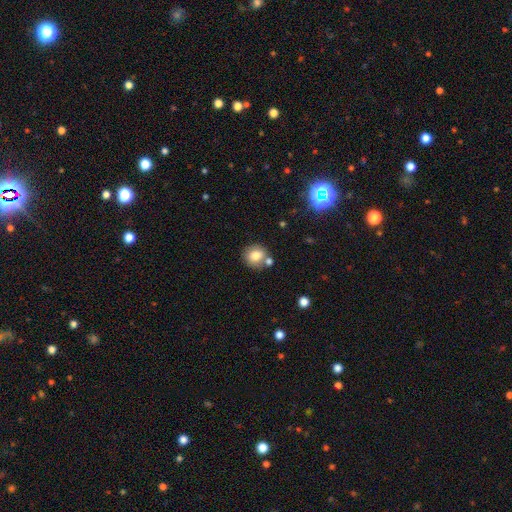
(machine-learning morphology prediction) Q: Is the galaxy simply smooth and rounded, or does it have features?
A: smooth — 79%.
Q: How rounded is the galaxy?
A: round — 82%.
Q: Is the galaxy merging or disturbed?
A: none — 68%.